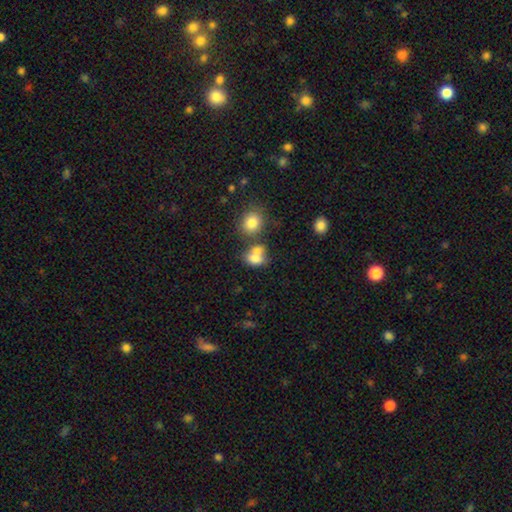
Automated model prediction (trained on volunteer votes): A smooth galaxy with no disk features (74%) that is in between round and cigar-shaped (60%). Merging: merger (56%).